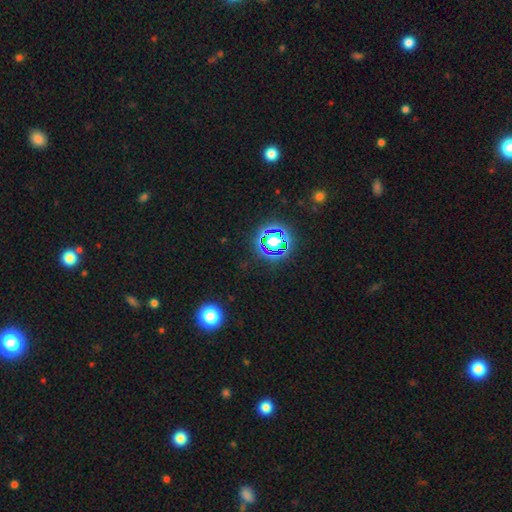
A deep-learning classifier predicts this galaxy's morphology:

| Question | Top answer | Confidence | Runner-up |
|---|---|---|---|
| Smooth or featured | star or artifact | 81% | smooth (12%) |